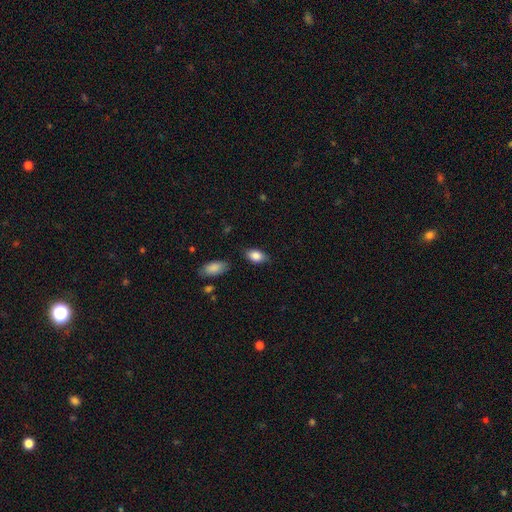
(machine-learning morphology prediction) This is clearly a smooth galaxy (85%). How rounded: clearly in between (89%). Merging: likely none (79%).